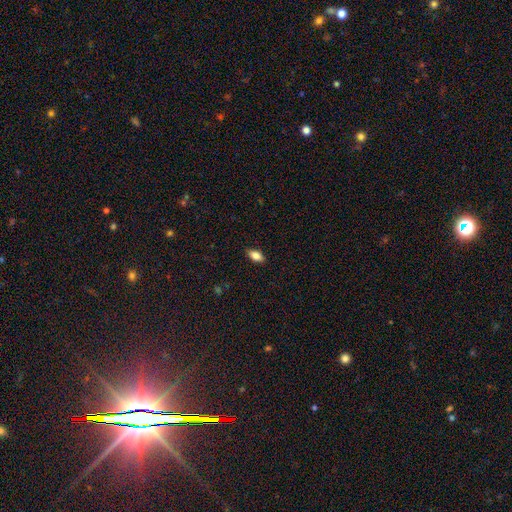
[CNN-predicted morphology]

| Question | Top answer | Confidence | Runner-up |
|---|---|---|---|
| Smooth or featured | smooth | 80% | featured or disk (12%) |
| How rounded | in between | 88% | cigar-shaped (8%) |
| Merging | none | 88% | minor disturbance (9%) |